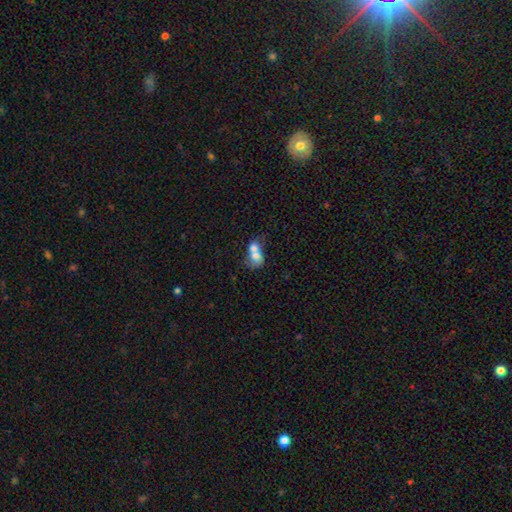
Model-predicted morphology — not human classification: Smooth or featured? smooth (66%)
How rounded? in between (55%)
Merging? merger (79%)